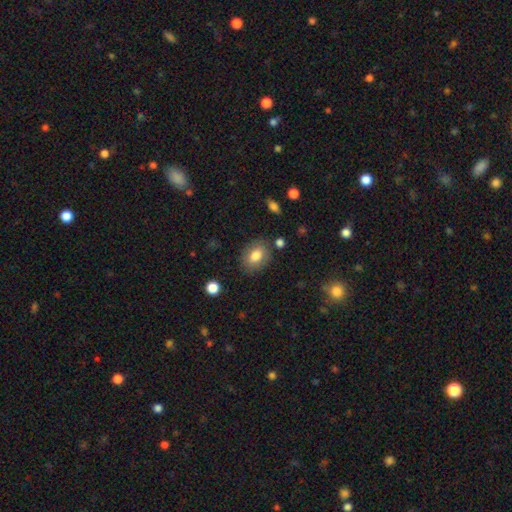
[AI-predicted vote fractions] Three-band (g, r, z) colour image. It shows a smooth galaxy with no disk features (80%) that is in between round and cigar-shaped (69%). Merging: none (81%).